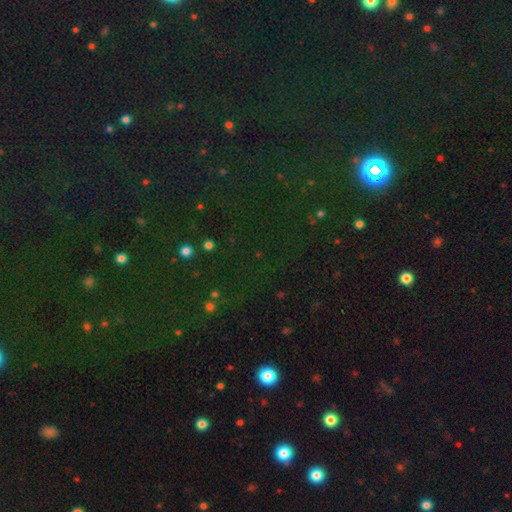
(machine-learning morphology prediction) smooth_or_featured: star or artifact (p=0.72) [alt: smooth p=0.21]